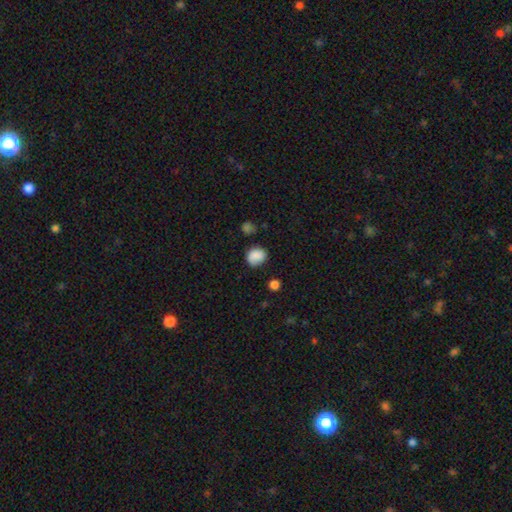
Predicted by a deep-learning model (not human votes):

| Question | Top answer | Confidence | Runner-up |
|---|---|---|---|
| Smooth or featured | smooth | 84% | star or artifact (9%) |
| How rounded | round | 69% | in between (30%) |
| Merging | none | 72% | minor disturbance (20%) |